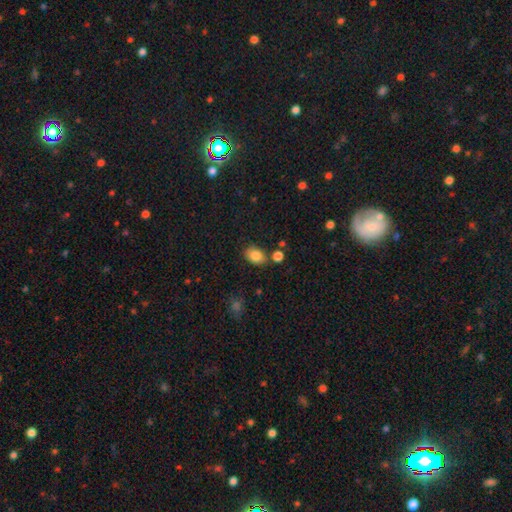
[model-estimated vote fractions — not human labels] Smooth or featured: smooth — 84% (star or artifact — 9%)
How rounded: in between — 82% (round — 17%)
Merging: none — 76% (minor disturbance — 13%)